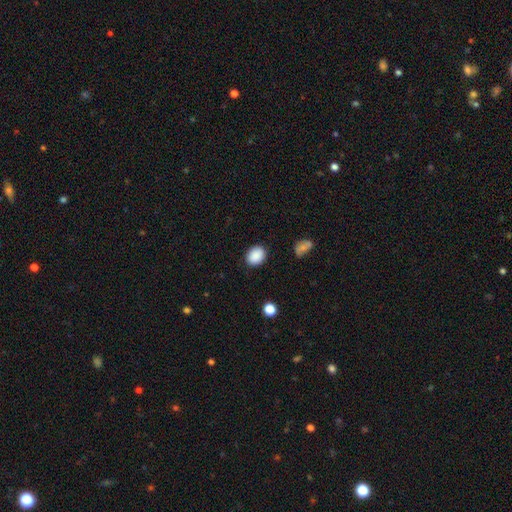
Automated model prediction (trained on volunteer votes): The model was most divided on "how rounded": in between: 52%, round: 47%, cigar-shaped: 1%. More confident: smooth or featured — smooth (89%); merging — none (87%).